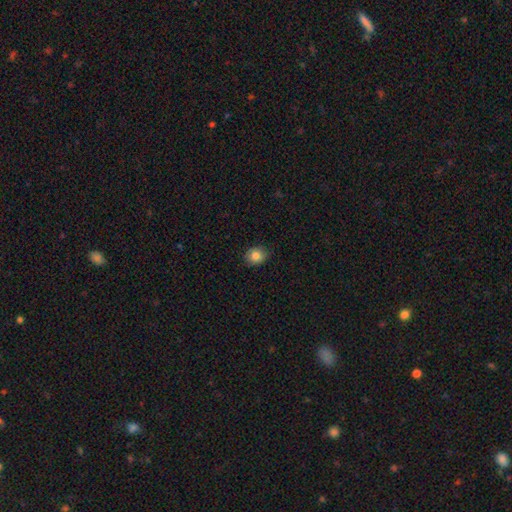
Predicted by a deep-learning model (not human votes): The model was most divided on "how rounded": round: 68%, in between: 31%, cigar-shaped: 1%. More confident: merging — none (86%); smooth or featured — smooth (84%).